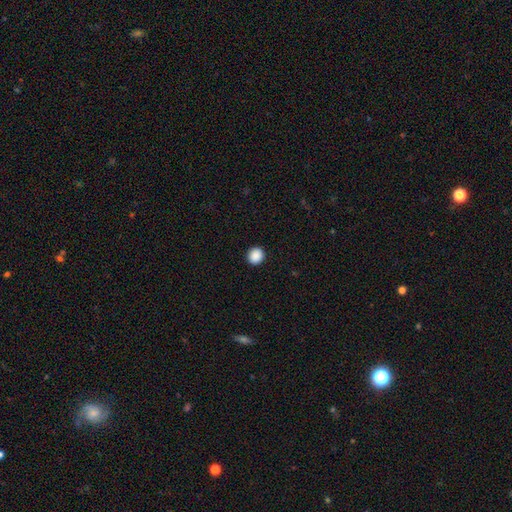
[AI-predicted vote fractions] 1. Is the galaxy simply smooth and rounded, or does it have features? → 89% smooth, 9% star or artifact, 2% featured or disk.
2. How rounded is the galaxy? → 89% round, 10% in between, 1% cigar-shaped.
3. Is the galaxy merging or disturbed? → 93% none, 5% minor disturbance, 2% major disturbance, 1% merger.